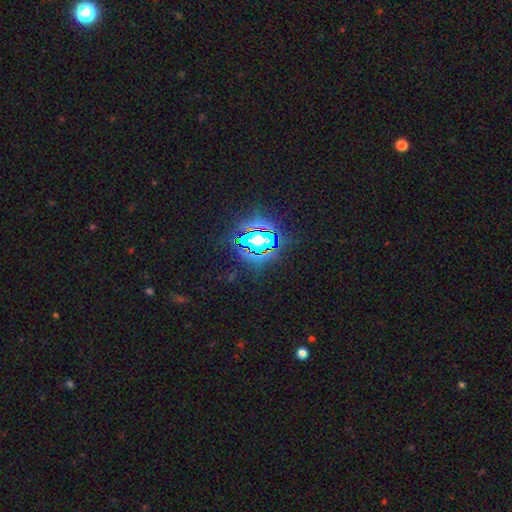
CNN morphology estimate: Smooth or featured? Predicted: star or artifact (p=0.82).